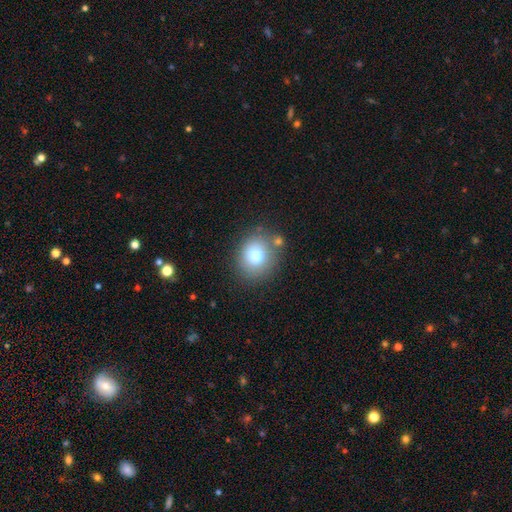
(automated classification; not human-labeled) This is likely a smooth galaxy (78%). How rounded: likely round (70%). Merging: likely none (75%).